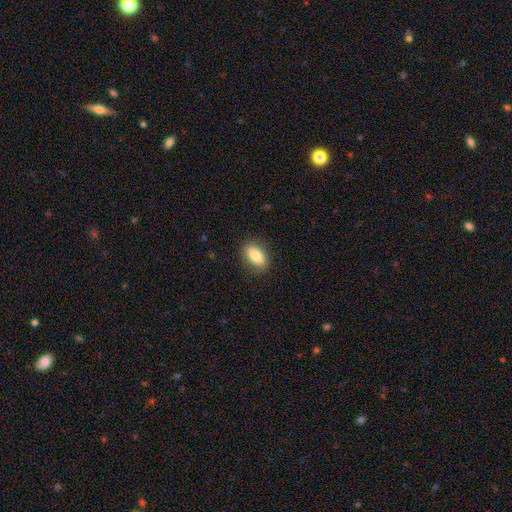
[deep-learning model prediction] A smooth galaxy with no disk features (81%) that is in between round and cigar-shaped (89%).

Vote fractions:
- Smooth or featured? smooth: 81% / featured or disk: 11% / star or artifact: 7%
- How rounded? in between: 89% / round: 8% / cigar-shaped: 3%
- Merging? none: 86% / minor disturbance: 11% / major disturbance: 3% / merger: 1%